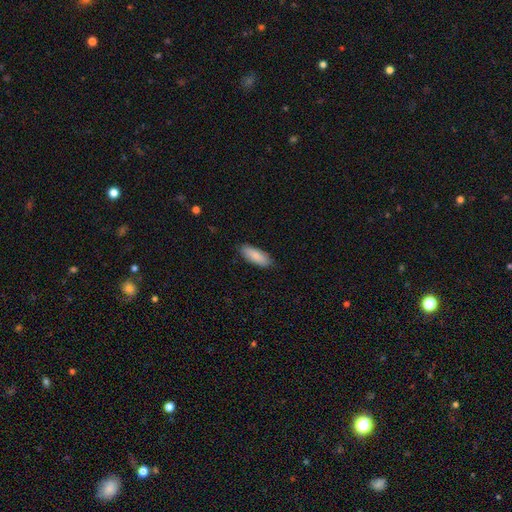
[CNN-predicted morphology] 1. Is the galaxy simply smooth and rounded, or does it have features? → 87% smooth, 7% featured or disk, 6% star or artifact.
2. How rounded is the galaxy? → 70% in between, 29% cigar-shaped, 2% round.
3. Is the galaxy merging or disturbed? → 86% none, 11% minor disturbance, 2% major disturbance, 1% merger.